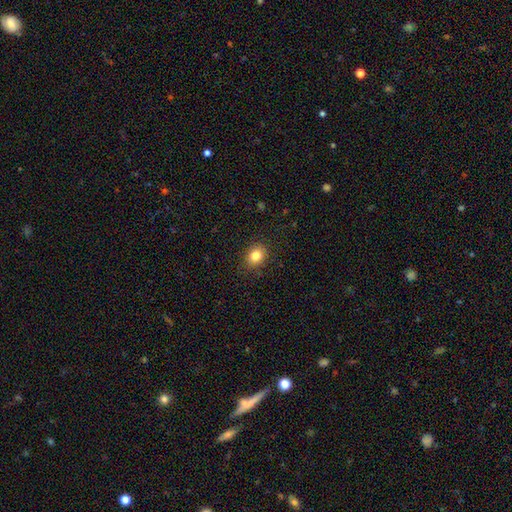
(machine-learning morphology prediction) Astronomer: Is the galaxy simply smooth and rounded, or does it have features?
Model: smooth — 83%.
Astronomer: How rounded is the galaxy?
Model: round — 51% (runner-up: in between, 48%).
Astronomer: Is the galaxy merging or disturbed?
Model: none — 87%.